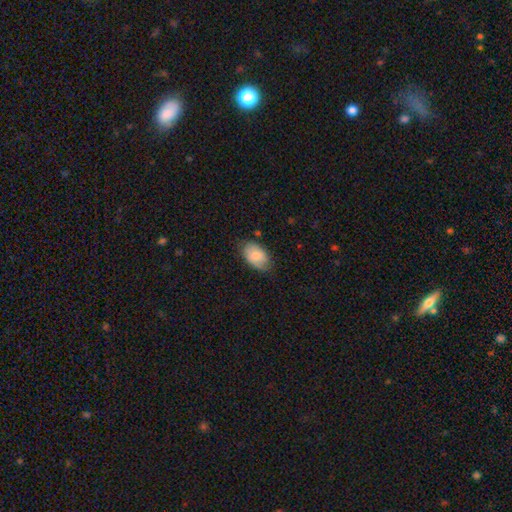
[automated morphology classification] A smooth galaxy with no disk features (80%) that is in between round and cigar-shaped (91%). Merging: none (73%).